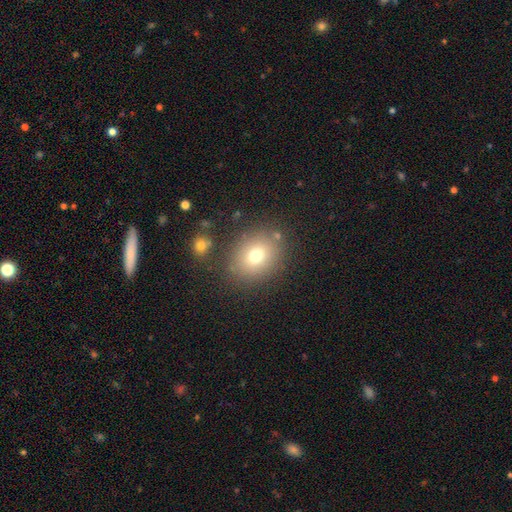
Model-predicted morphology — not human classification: smooth 72%, star or artifact 14%, featured or disk 14%. Down the decision tree: how rounded — round (54%); merging — none (80%).